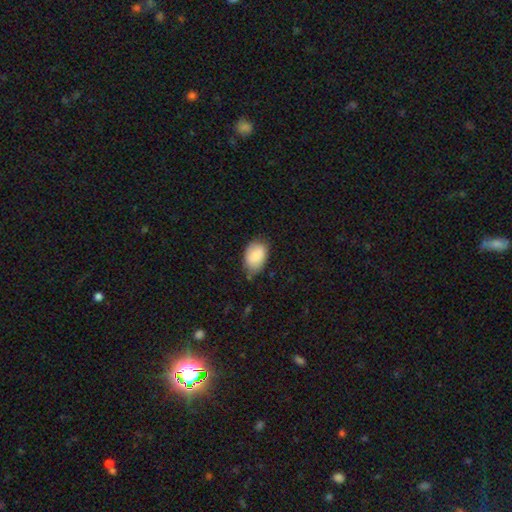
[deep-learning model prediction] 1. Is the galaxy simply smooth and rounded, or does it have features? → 85% smooth, 8% featured or disk, 7% star or artifact.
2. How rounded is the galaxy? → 88% in between, 11% round, 1% cigar-shaped.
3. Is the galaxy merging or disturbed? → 67% none, 27% minor disturbance, 5% major disturbance, 2% merger.